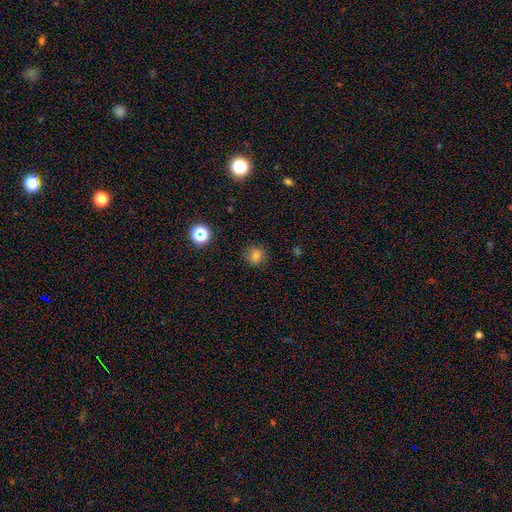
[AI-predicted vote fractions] smooth-or-featured: smooth: 79% | star or artifact: 16% | featured or disk: 5%
  how-rounded: round: 81% | in between: 18% | cigar-shaped: 1%
  merging: none: 86% | minor disturbance: 10% | major disturbance: 3% | merger: 1%